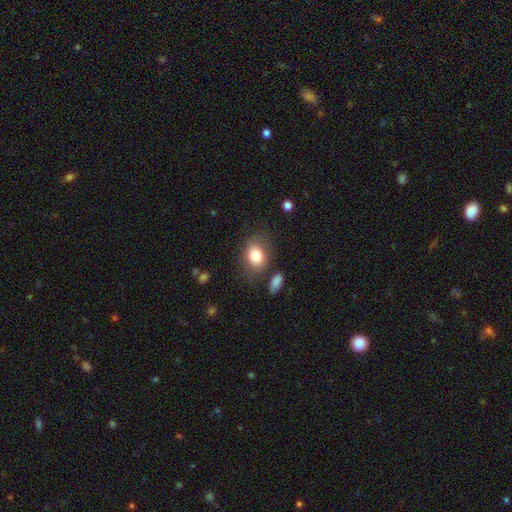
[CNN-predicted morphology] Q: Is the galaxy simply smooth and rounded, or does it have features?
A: smooth — 80%.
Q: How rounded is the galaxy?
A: in between — 63%.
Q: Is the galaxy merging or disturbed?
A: none — 71%.